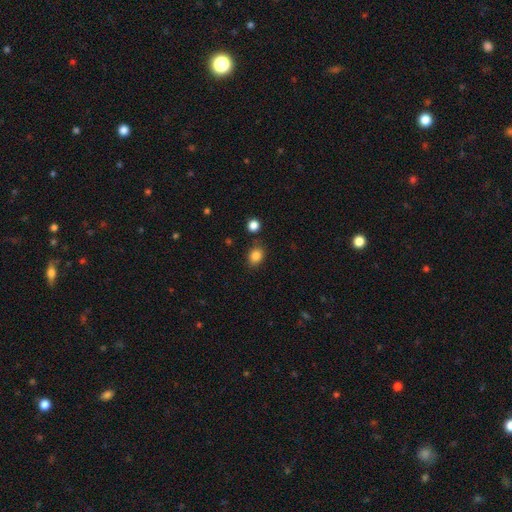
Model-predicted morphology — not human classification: smooth_or_featured: smooth (p=0.84) [alt: star or artifact p=0.10]
how_rounded: in between (p=0.54) [alt: round p=0.45]
merging: none (p=0.80) [alt: minor disturbance p=0.12]